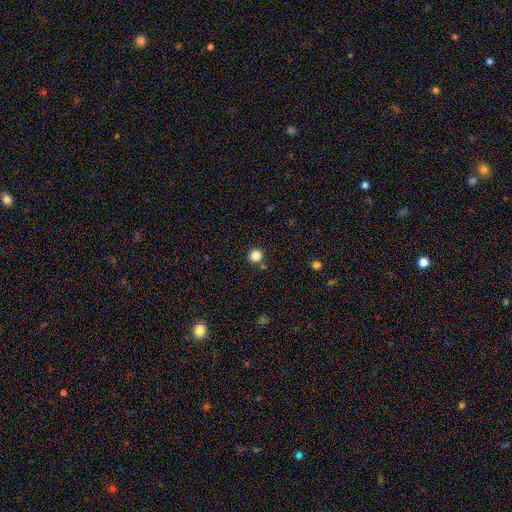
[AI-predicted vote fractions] This appears to be a smooth galaxy with no disk features (85%) that is round (95%). Merging: none (86%).